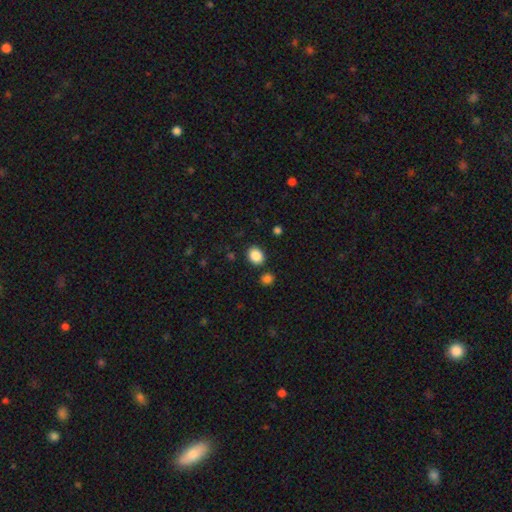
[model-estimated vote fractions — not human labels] This is clearly a smooth galaxy (87%). How rounded: possibly in between (54%). Merging: clearly none (85%).